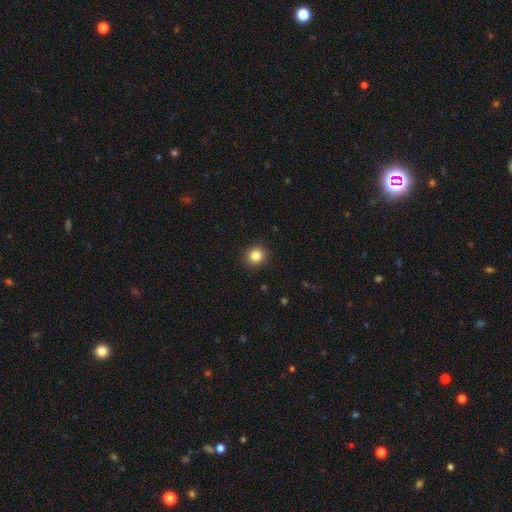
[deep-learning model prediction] smooth-or-featured: smooth: 84% | star or artifact: 11% | featured or disk: 5%
  how-rounded: round: 86% | in between: 13% | cigar-shaped: 1%
  merging: none: 92% | minor disturbance: 5% | major disturbance: 2% | merger: 1%